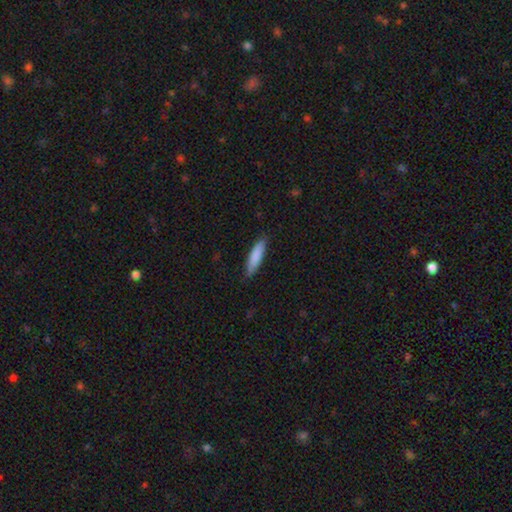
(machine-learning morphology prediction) A smooth galaxy with no disk features (85%) that is cigar-shaped (73%). Merging: none (85%).